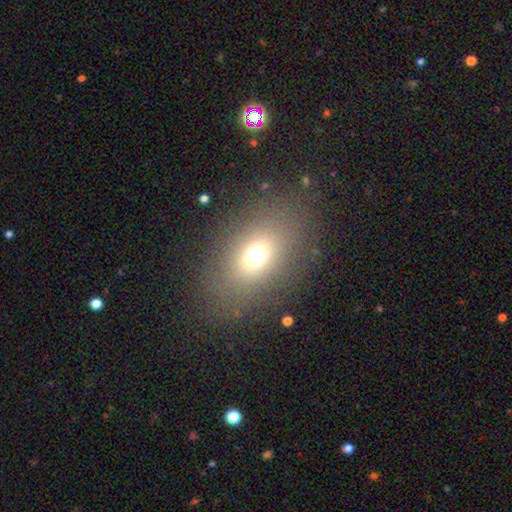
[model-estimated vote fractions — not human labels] smooth 67%, star or artifact 19%, featured or disk 14%. Down the decision tree: how rounded — in between (71%); merging — none (81%).